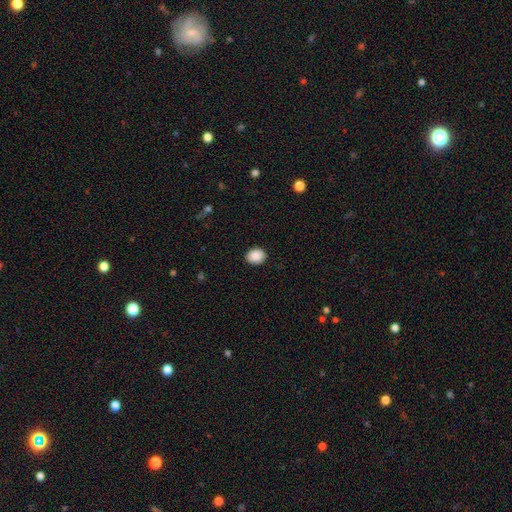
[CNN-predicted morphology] This is clearly a smooth galaxy (90%). How rounded: possibly round (57%). Merging: clearly none (91%).